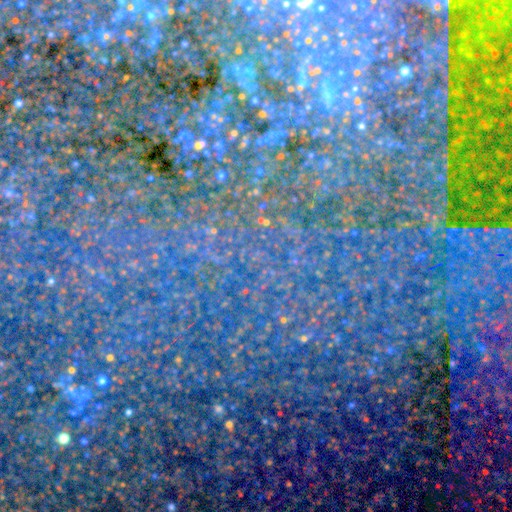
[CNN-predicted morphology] A star or artifact, not a galaxy (81%).